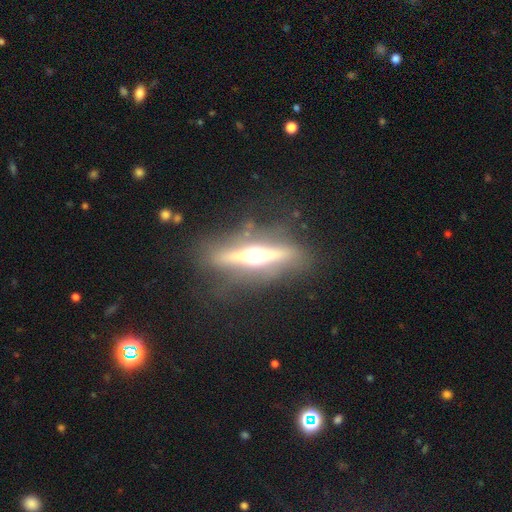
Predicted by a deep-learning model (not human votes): Smooth or featured? featured or disk (79%)
Edge-on disk? yes (93%)
Edge-on bulge? rounded (94%)
Merging? none (81%)